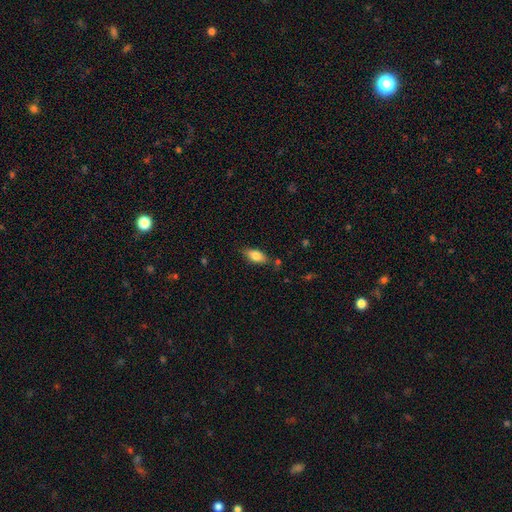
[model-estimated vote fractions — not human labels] A smooth galaxy with no disk features (78%) that is in between round and cigar-shaped (86%). Merging: none (76%).